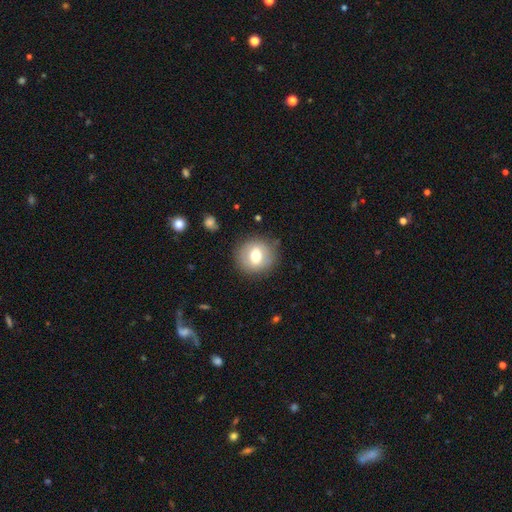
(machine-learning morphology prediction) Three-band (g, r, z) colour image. It shows a smooth galaxy with no disk features (65%) that is round (87%). Merging: none (85%).